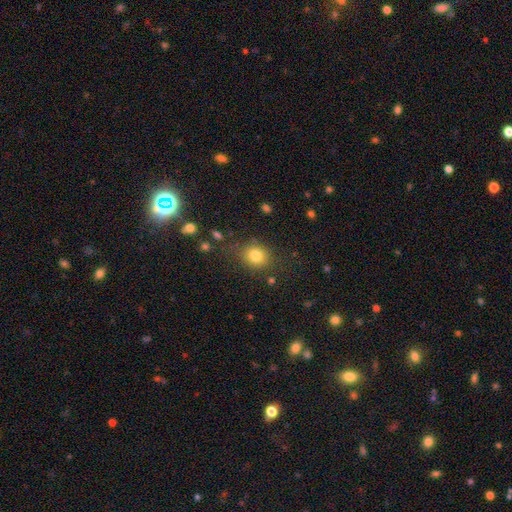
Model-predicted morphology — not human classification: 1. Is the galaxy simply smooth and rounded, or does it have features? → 81% smooth, 12% star or artifact, 7% featured or disk.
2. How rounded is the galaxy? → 75% round, 24% in between, 1% cigar-shaped.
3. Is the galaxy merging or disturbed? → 78% none, 14% minor disturbance, 5% major disturbance, 3% merger.